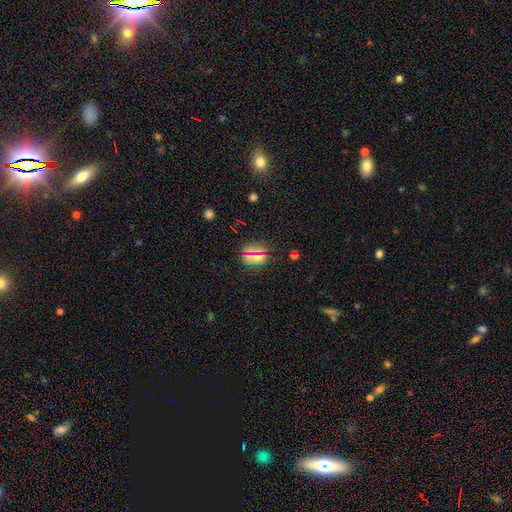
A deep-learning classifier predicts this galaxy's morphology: Smooth or featured? smooth (56%)
How rounded? round (70%)
Merging? none (79%)